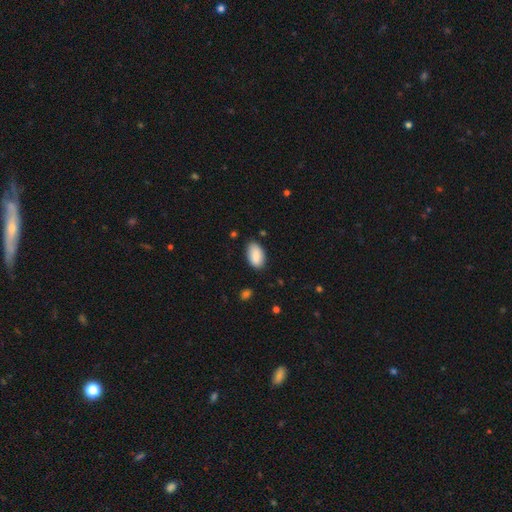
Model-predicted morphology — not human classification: This appears to be a smooth galaxy with no disk features (90%) that is in between round and cigar-shaped (95%). Merging: none (83%).